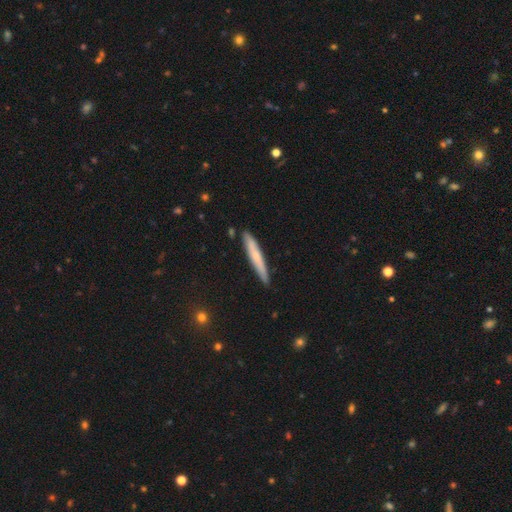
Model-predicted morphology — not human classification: smooth_or_featured: smooth (p=0.57) [alt: featured or disk p=0.37]
how_rounded: cigar-shaped (p=0.95) [alt: in between p=0.04]
merging: none (p=0.85) [alt: minor disturbance p=0.11]